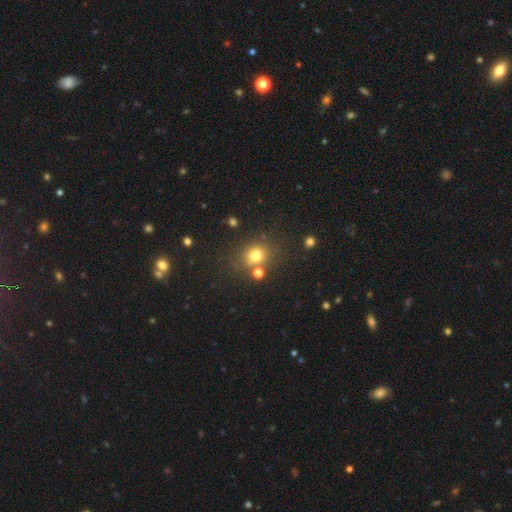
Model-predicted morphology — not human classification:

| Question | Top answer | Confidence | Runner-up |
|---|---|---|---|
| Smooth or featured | smooth | 75% | star or artifact (17%) |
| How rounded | round | 77% | in between (22%) |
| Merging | none | 72% | merger (13%) |